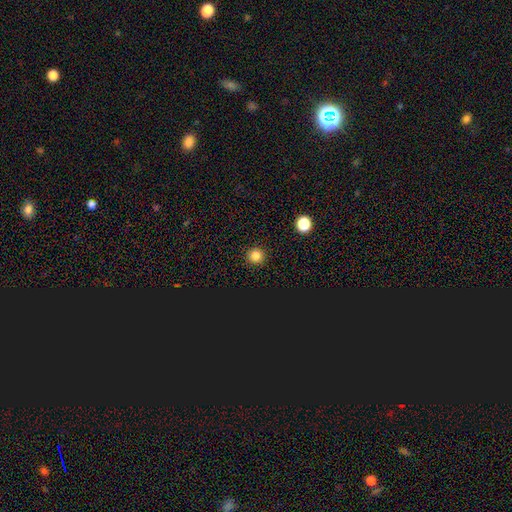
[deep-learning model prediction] smooth-or-featured: smooth: 81% | star or artifact: 15% | featured or disk: 4%
  how-rounded: round: 95% | in between: 4% | cigar-shaped: 1%
  merging: none: 93% | minor disturbance: 5% | major disturbance: 2% | merger: 1%